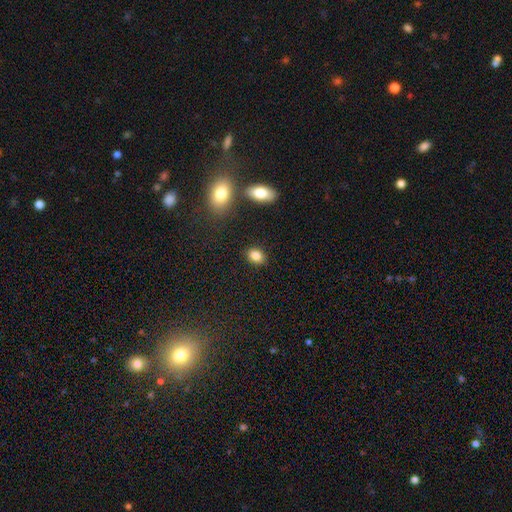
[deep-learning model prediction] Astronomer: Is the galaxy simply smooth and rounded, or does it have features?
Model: smooth — 84%.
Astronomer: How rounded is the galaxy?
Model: in between — 63%.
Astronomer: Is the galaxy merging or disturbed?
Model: none — 86%.